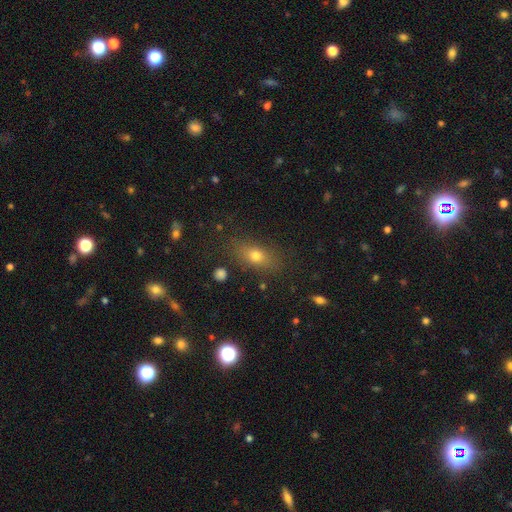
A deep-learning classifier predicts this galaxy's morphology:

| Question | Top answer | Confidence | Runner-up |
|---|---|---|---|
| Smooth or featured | smooth | 71% | featured or disk (15%) |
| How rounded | in between | 73% | round (15%) |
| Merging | none | 80% | minor disturbance (13%) |